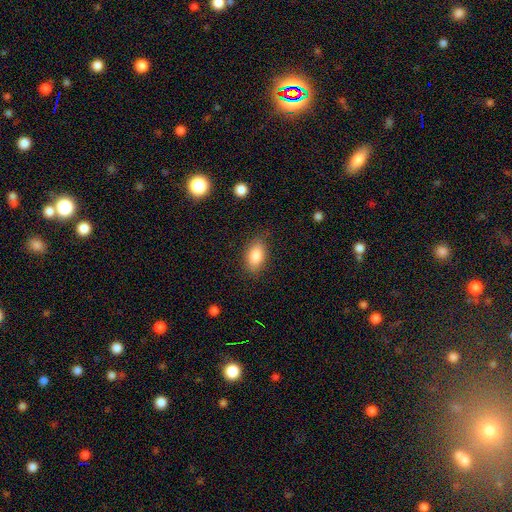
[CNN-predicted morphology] Smooth or featured? smooth (85%)
How rounded? in between (90%)
Merging? none (80%)